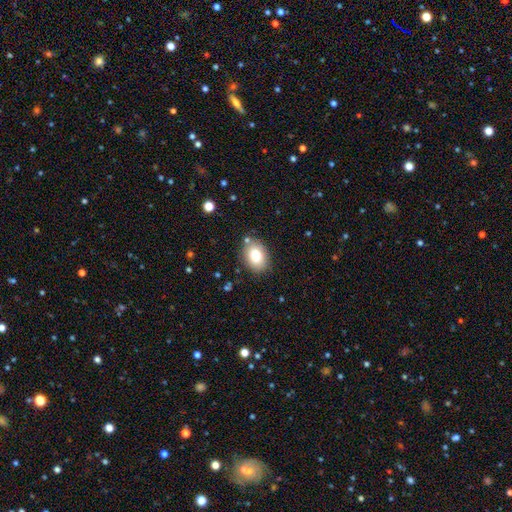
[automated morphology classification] Overall: smooth (78%). How rounded: in between (72%). Merging: none (82%).